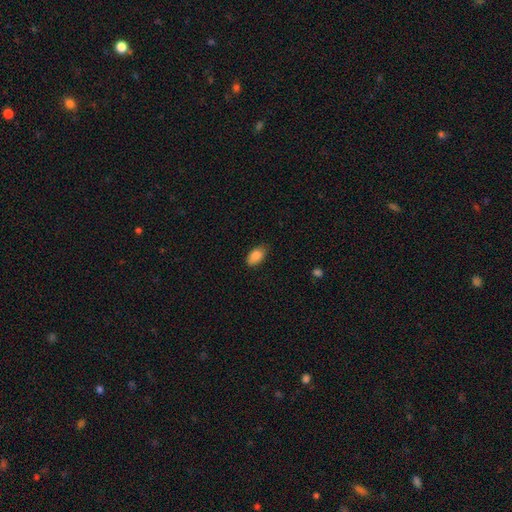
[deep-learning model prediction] The model was most divided on "merging": none: 78%, minor disturbance: 19%, major disturbance: 3%, merger: 1%. More confident: how rounded — in between (92%); smooth or featured — smooth (86%).